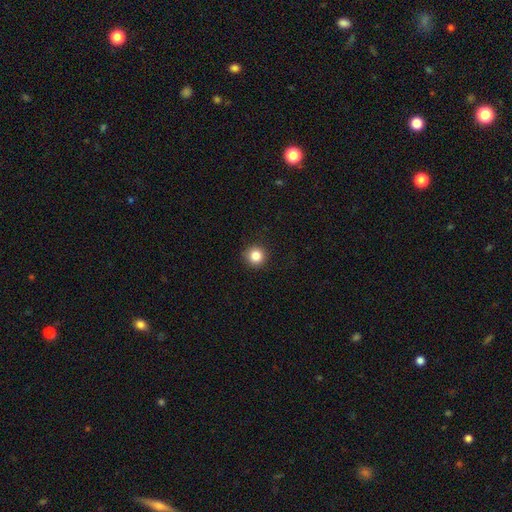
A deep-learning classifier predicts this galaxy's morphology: Overall: smooth (85%). How rounded: round (95%). Merging: none (92%).